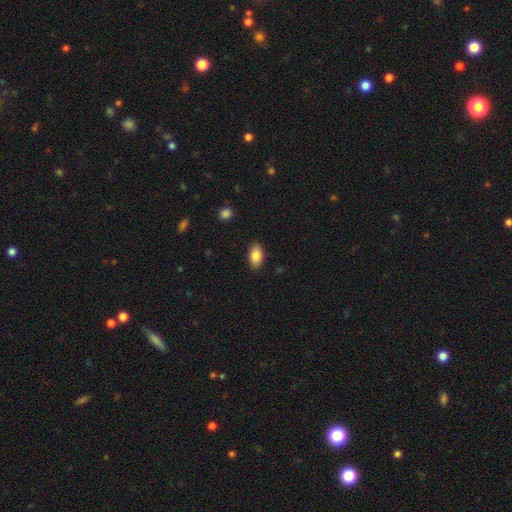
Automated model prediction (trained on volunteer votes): A smooth galaxy with no disk features (85%) that is in between round and cigar-shaped (92%). Merging: none (88%).